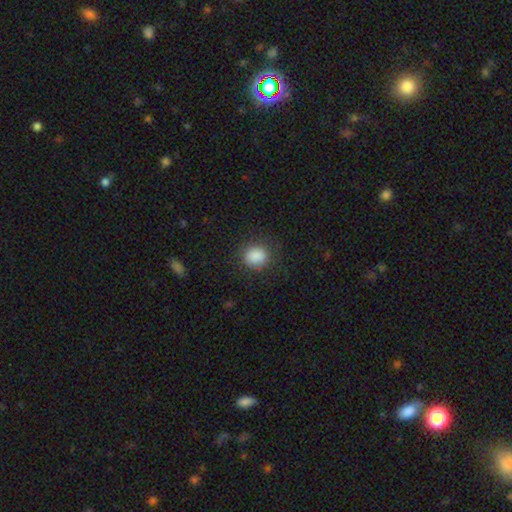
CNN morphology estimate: A smooth galaxy with no disk features (87%) that is round (74%). Merging: none (84%).